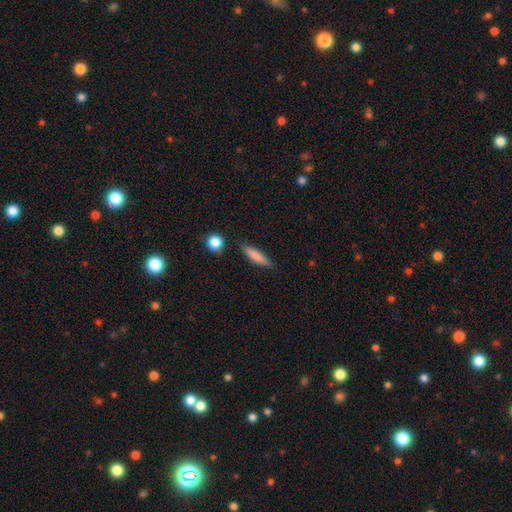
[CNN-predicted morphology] The model was most divided on "how rounded": cigar-shaped: 75%, in between: 22%, round: 2%. More confident: merging — none (82%); smooth or featured — smooth (81%).